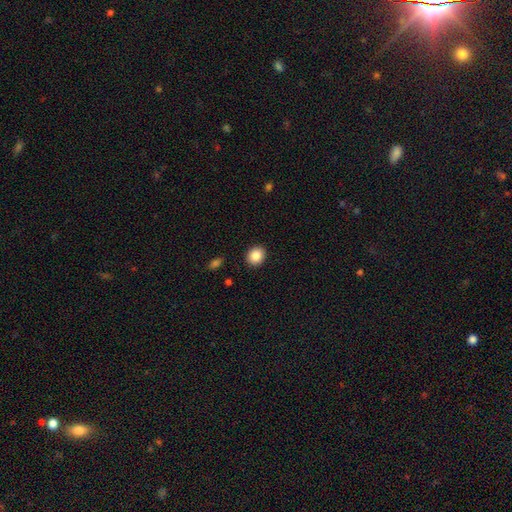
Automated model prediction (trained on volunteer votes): This is clearly a smooth galaxy (87%). How rounded: possibly round (59%). Merging: clearly none (91%).